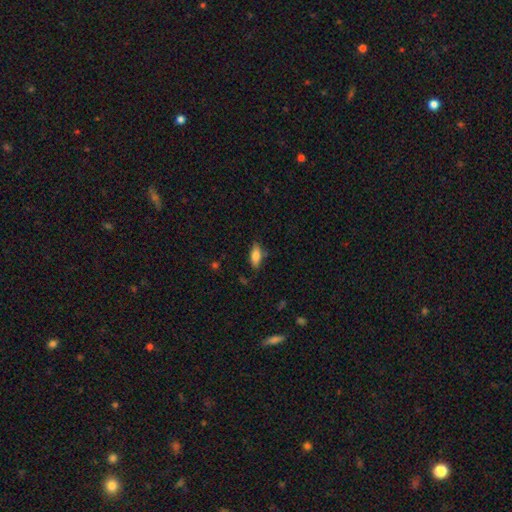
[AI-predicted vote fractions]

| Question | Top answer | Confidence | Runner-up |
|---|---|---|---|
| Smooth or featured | smooth | 79% | featured or disk (13%) |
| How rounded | in between | 82% | cigar-shaped (16%) |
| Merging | none | 76% | minor disturbance (18%) |